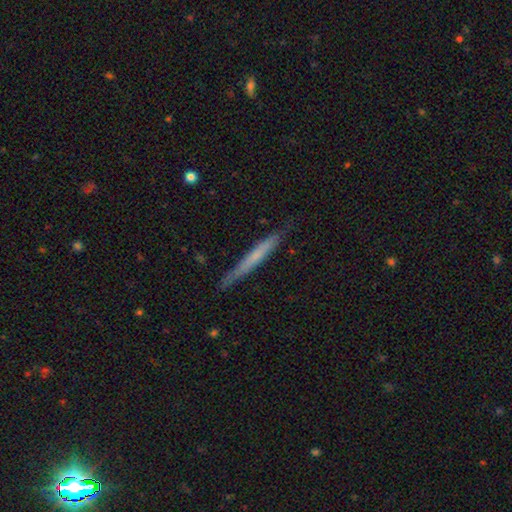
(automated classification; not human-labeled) This appears to be a smooth galaxy with no disk features (52%) that is cigar-shaped (96%). Merging: none (83%).